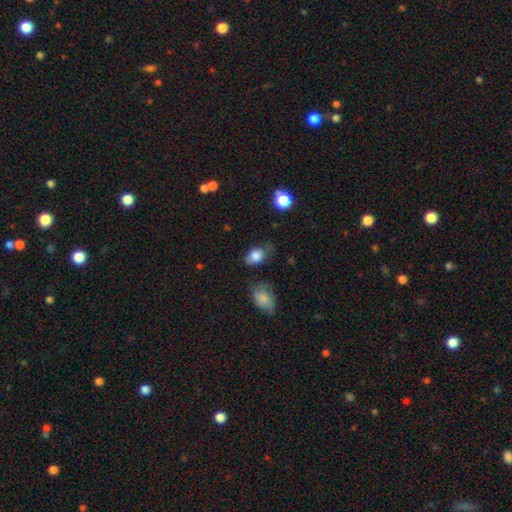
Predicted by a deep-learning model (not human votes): This appears to be a smooth galaxy with no disk features (81%) that is in between round and cigar-shaped (77%). Merging: none (56%).